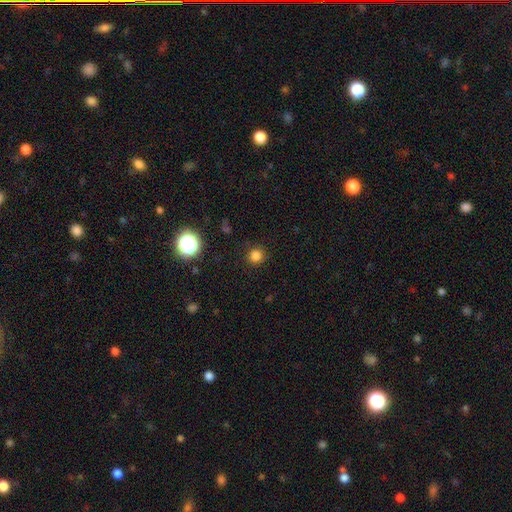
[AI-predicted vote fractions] smooth 80%, star or artifact 16%, featured or disk 4%. Down the decision tree: how rounded — round (93%); merging — none (89%).